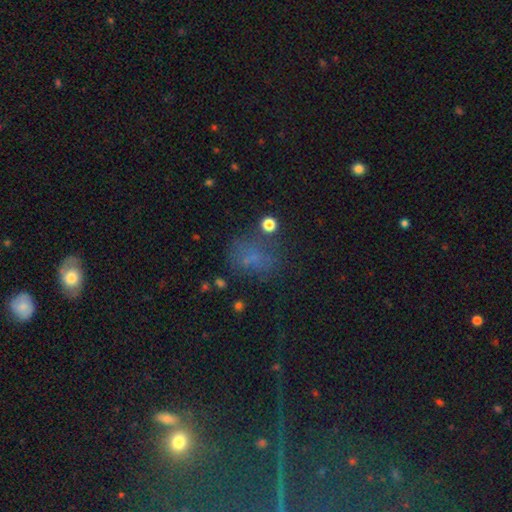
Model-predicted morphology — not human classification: Q: Smooth or featured?
A: smooth (47%); runner-up: star or artifact (38%)
Q: Merging?
A: none (60%); runner-up: minor disturbance (19%)